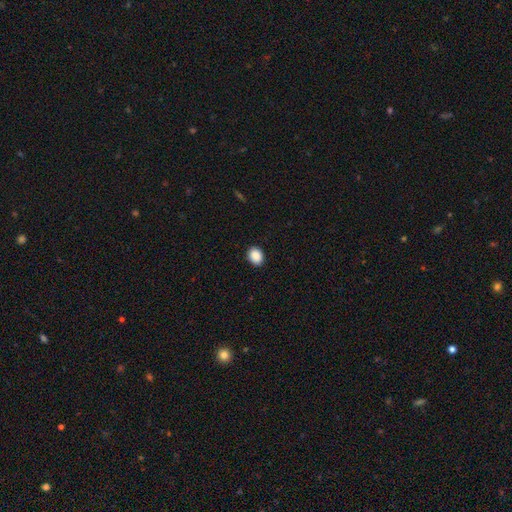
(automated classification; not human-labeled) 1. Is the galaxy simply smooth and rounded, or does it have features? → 89% smooth, 8% star or artifact, 3% featured or disk.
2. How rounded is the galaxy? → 52% in between, 47% round, 1% cigar-shaped.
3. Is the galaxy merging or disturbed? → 90% none, 7% minor disturbance, 2% major disturbance, 1% merger.